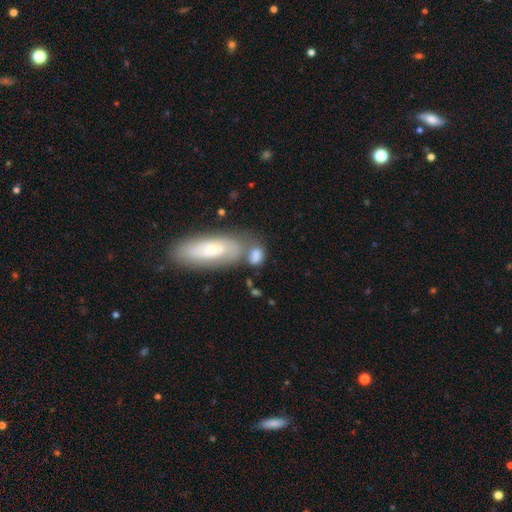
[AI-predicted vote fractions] Smooth or featured? Predicted: smooth (p=0.73). How rounded? Predicted: in between (p=0.79). Merging? Predicted: merger (p=0.42).